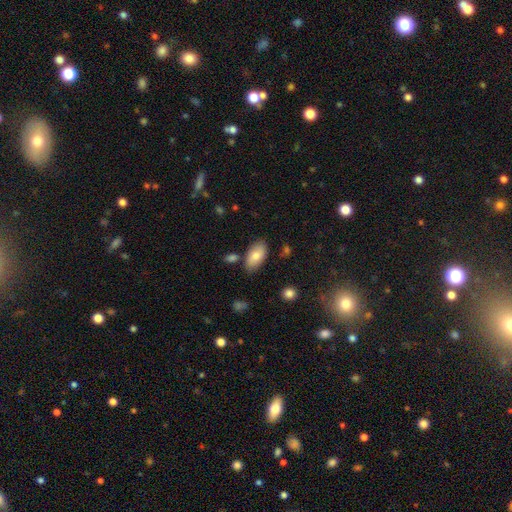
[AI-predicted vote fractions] Q: Smooth or featured?
A: smooth (79%); runner-up: featured or disk (14%)
Q: How rounded?
A: in between (94%); runner-up: cigar-shaped (3%)
Q: Merging?
A: none (79%); runner-up: minor disturbance (14%)